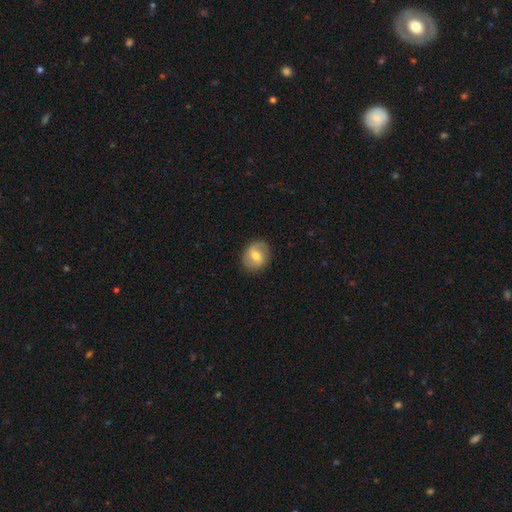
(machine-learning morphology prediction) This appears to be a featured or disk galaxy (55%) with a weak bar (51%), spiral arms (77%) and a moderate central bulge (67%). Merging: none (85%).